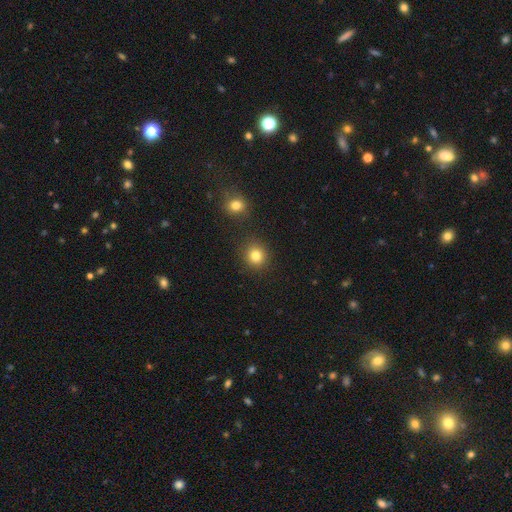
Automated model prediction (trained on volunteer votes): Q: Smooth or featured?
A: smooth (82%); runner-up: star or artifact (13%)
Q: How rounded?
A: round (91%); runner-up: in between (8%)
Q: Merging?
A: none (86%); runner-up: minor disturbance (7%)